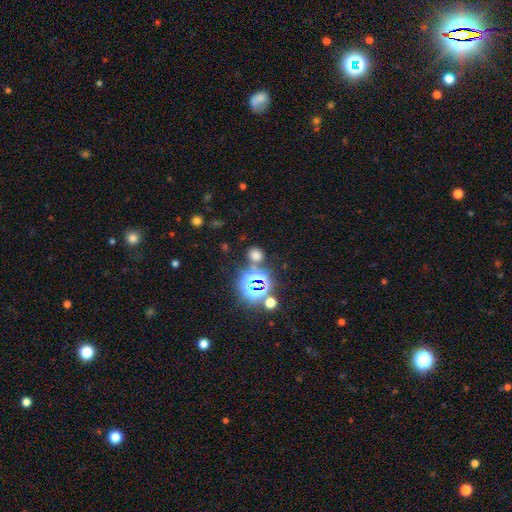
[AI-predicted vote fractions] Smooth or featured?
  - smooth: 56% *
  - star or artifact: 38%
  - featured or disk: 6%
How rounded?
  - round: 72% *
  - in between: 26%
  - cigar-shaped: 1%
Merging?
  - none: 74% *
  - merger: 12%
  - minor disturbance: 10%
  - major disturbance: 4%